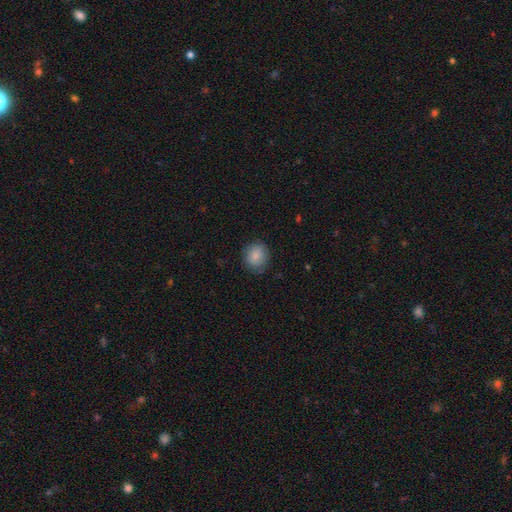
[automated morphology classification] The model was most divided on "how rounded": round: 75%, in between: 24%, cigar-shaped: 1%. More confident: smooth or featured — smooth (87%); merging — none (83%).